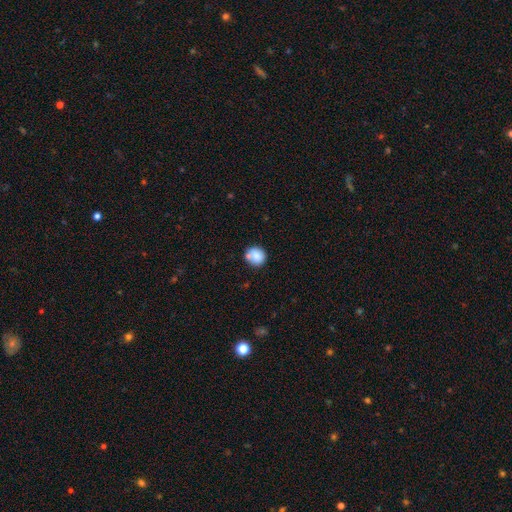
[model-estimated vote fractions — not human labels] A smooth galaxy with no disk features (83%) that is round (83%).

Vote fractions:
- Smooth or featured? smooth: 83% / featured or disk: 9% / star or artifact: 8%
- How rounded? round: 83% / in between: 16% / cigar-shaped: 1%
- Merging? none: 65% / minor disturbance: 16% / merger: 14% / major disturbance: 4%